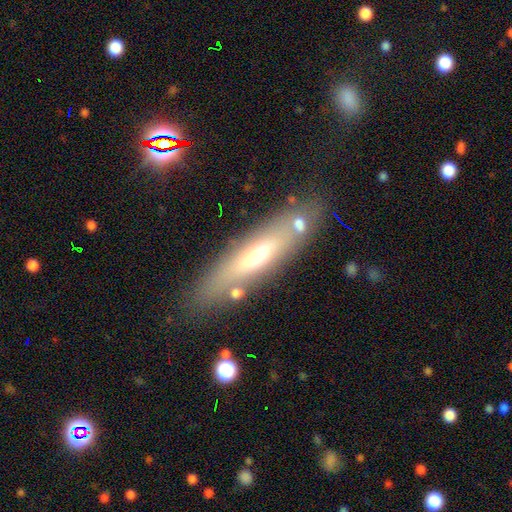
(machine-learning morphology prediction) Smooth or featured? Predicted: smooth (p=0.50). How rounded? Predicted: cigar-shaped (p=0.67). Merging? Predicted: none (p=0.76).